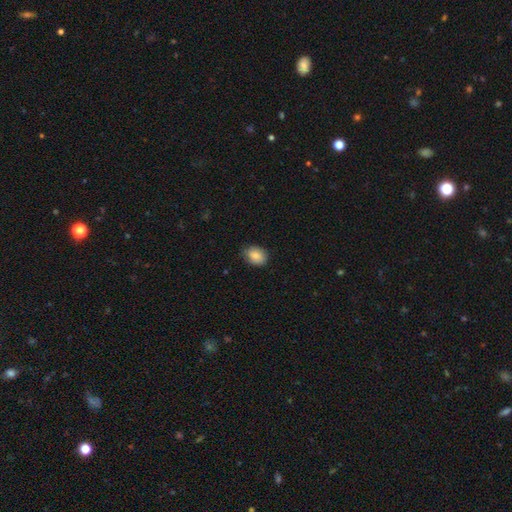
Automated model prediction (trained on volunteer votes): This appears to be a smooth galaxy with no disk features (85%) that is in between round and cigar-shaped (67%). Merging: none (79%).